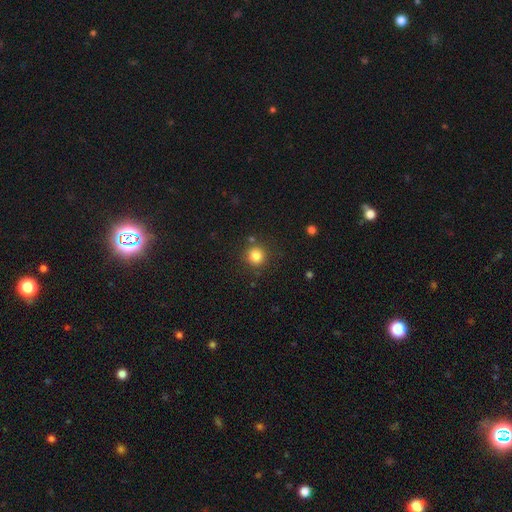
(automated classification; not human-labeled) The model was most divided on "smooth or featured": smooth: 83%, star or artifact: 12%, featured or disk: 5%. More confident: how rounded — round (93%); merging — none (85%).